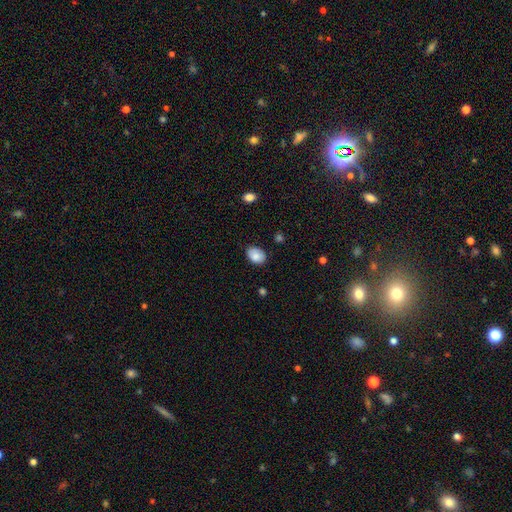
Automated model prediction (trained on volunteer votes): A smooth galaxy with no disk features (85%) that is in between round and cigar-shaped (74%). Merging: none (79%).